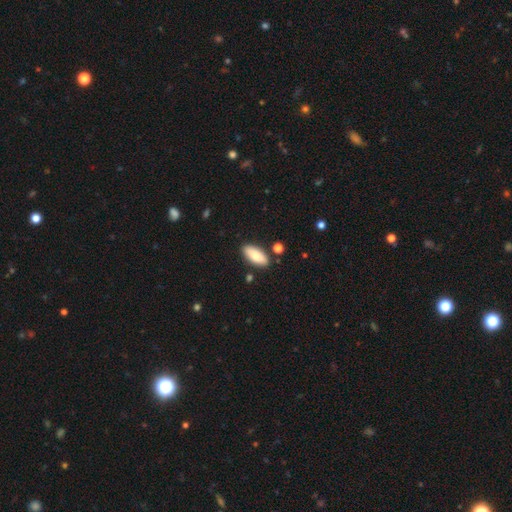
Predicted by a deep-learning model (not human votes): Smooth or featured?
  - smooth: 82% *
  - featured or disk: 12%
  - star or artifact: 6%
How rounded?
  - in between: 83% *
  - cigar-shaped: 15%
  - round: 2%
Merging?
  - none: 85% *
  - minor disturbance: 9%
  - merger: 3%
  - major disturbance: 2%